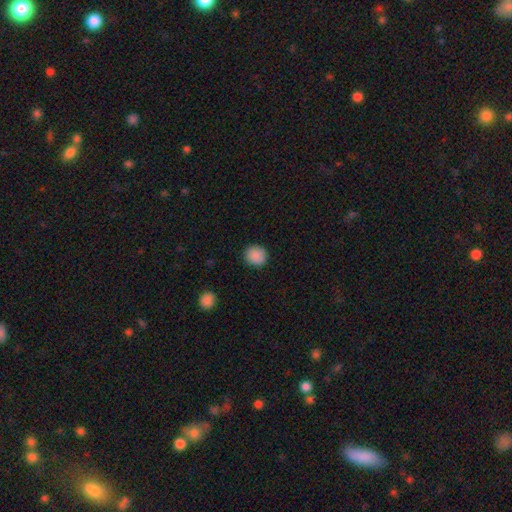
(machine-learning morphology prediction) Q: Smooth or featured?
A: smooth (89%); runner-up: star or artifact (8%)
Q: How rounded?
A: round (88%); runner-up: in between (11%)
Q: Merging?
A: none (90%); runner-up: minor disturbance (7%)